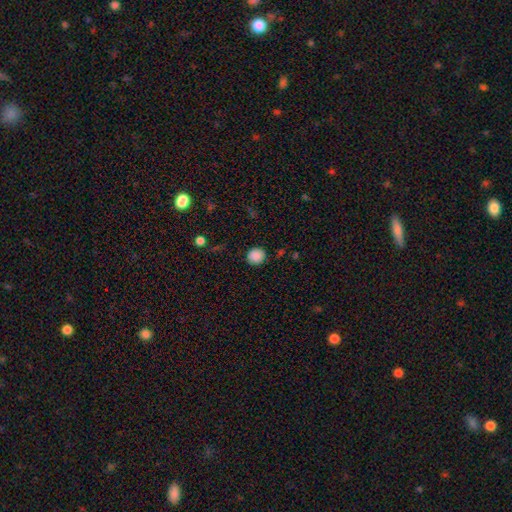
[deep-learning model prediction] Q: Smooth or featured?
A: smooth (87%); runner-up: star or artifact (10%)
Q: How rounded?
A: round (87%); runner-up: in between (12%)
Q: Merging?
A: none (88%); runner-up: minor disturbance (8%)